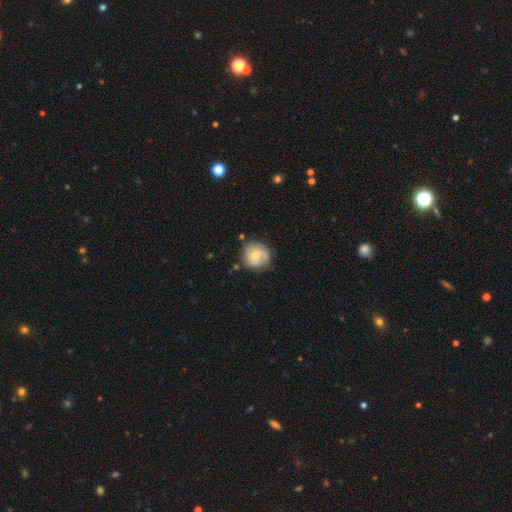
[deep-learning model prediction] Overall: featured or disk (58%; smooth 35%). Edge-on disk: no (98%). Bar: no (68%; weak 28%). Spiral arms: yes (84%). Bulge size: small (49%; moderate 46%). Merging: none (70%).